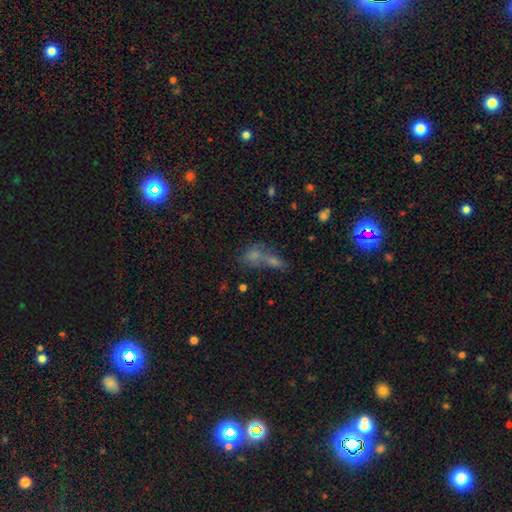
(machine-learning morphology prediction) Smooth or featured? Predicted: smooth (p=0.67). How rounded? Predicted: in between (p=0.67). Merging? Predicted: merger (p=0.59).